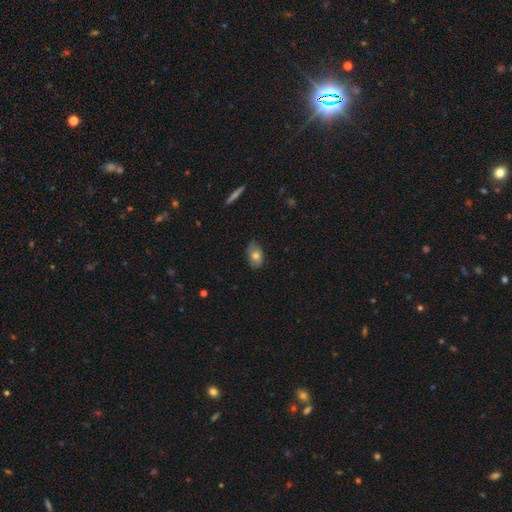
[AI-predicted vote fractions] smooth-or-featured: smooth: 71% | featured or disk: 21% | star or artifact: 8%
  how-rounded: in between: 87% | round: 11% | cigar-shaped: 2%
  merging: none: 72% | minor disturbance: 23% | major disturbance: 4% | merger: 1%